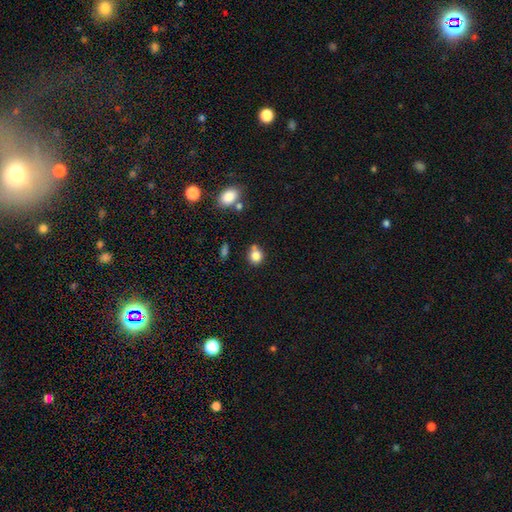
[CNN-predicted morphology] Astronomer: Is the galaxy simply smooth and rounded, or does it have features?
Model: smooth — 83%.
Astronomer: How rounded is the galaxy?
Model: round — 80%.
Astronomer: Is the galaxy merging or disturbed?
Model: none — 63%.